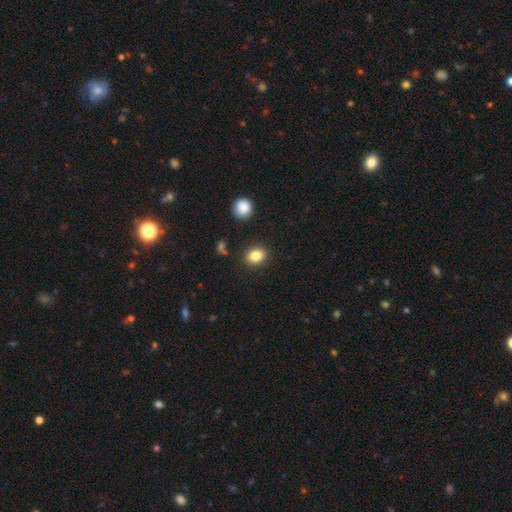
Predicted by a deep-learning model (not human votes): Smooth or featured: smooth — 84% (star or artifact — 10%)
How rounded: in between — 58% (round — 41%)
Merging: none — 87% (minor disturbance — 8%)